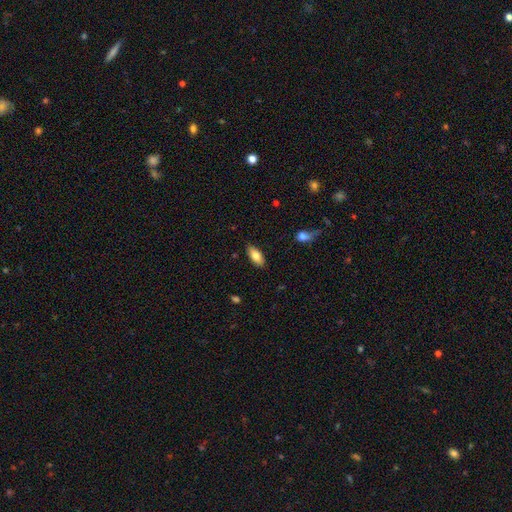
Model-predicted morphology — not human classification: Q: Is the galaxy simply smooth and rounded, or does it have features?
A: smooth — 79%.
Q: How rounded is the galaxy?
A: in between — 87%.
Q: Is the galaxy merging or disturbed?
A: none — 88%.